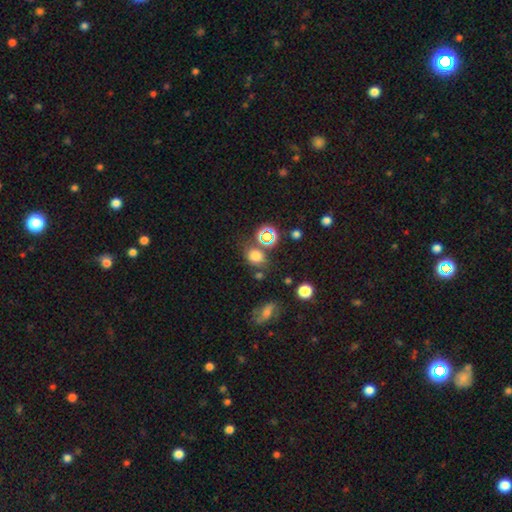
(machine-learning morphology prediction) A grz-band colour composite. It shows a smooth galaxy with no disk features (69%) that is round (59%). Merging: none (68%).